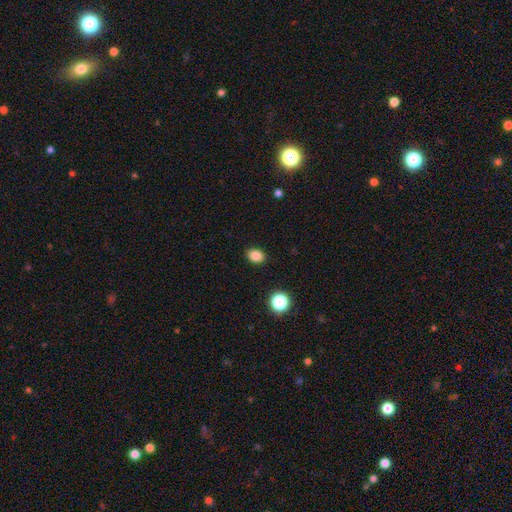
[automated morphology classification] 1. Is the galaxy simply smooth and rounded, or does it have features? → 84% smooth, 12% star or artifact, 4% featured or disk.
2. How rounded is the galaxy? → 64% in between, 35% round, 1% cigar-shaped.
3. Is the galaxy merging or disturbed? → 90% none, 7% minor disturbance, 2% major disturbance, 1% merger.